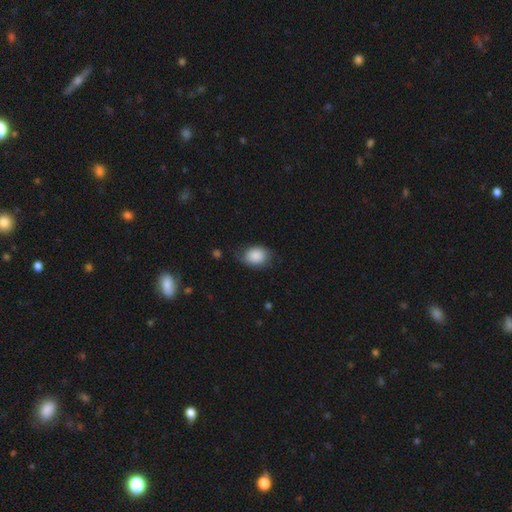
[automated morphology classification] smooth 85%, featured or disk 8%, star or artifact 7%. Down the decision tree: how rounded — in between (63%); merging — none (61%).